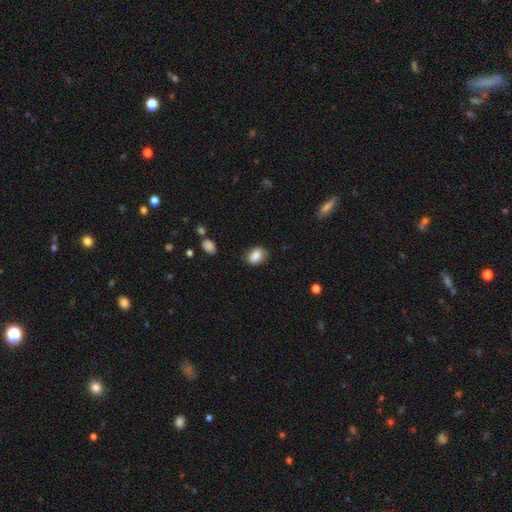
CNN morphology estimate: Smooth or featured? Predicted: smooth (p=0.86). How rounded? Predicted: in between (p=0.77). Merging? Predicted: none (p=0.78).